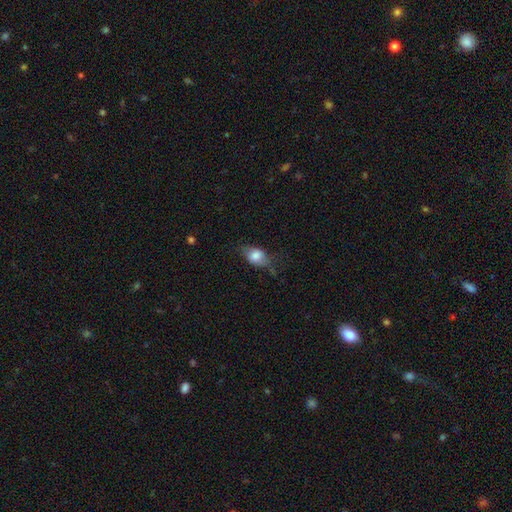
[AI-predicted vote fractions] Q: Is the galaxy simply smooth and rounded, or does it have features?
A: smooth — 73%.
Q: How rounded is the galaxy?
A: in between — 77%.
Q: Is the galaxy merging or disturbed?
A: none — 58%.